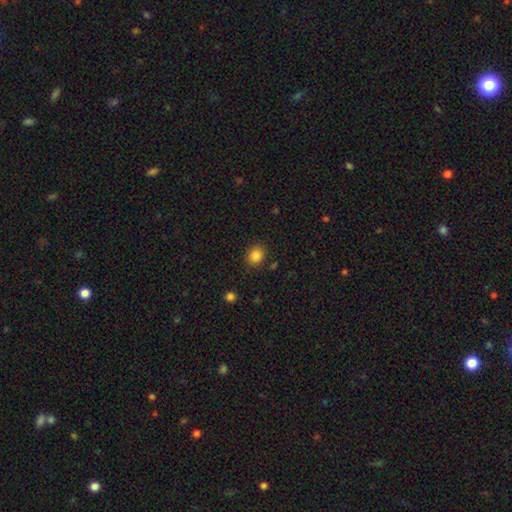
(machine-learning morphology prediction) Smooth or featured: smooth — 85% (star or artifact — 11%)
How rounded: round — 79% (in between — 20%)
Merging: none — 87% (minor disturbance — 8%)